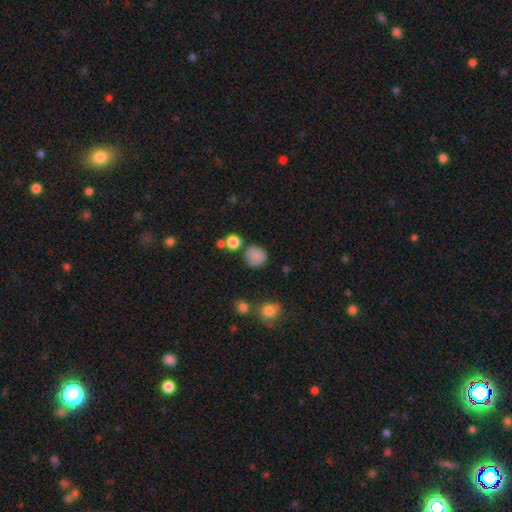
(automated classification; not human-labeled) A smooth galaxy with no disk features (80%) that is round (87%). Merging: none (71%).